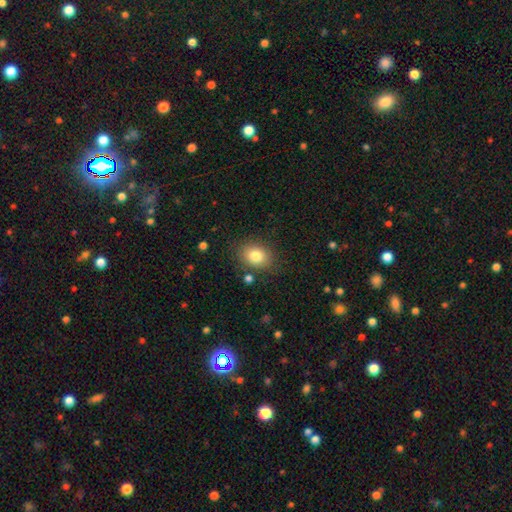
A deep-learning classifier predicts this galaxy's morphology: Overall: smooth (82%). How rounded: in between (57%; round 42%). Merging: none (82%).